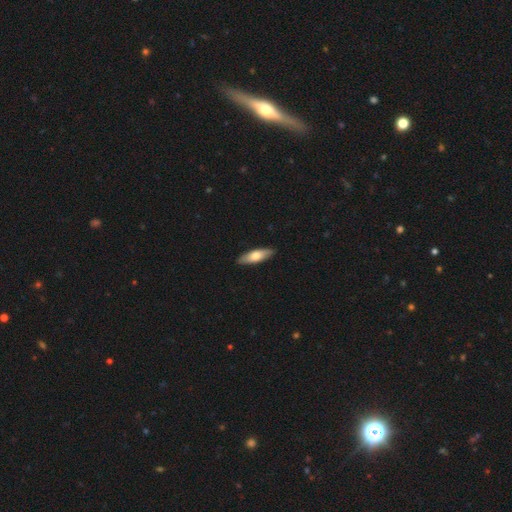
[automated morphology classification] Smooth or featured? Predicted: smooth (p=0.66). How rounded? Predicted: in between (p=0.51). Merging? Predicted: none (p=0.89).